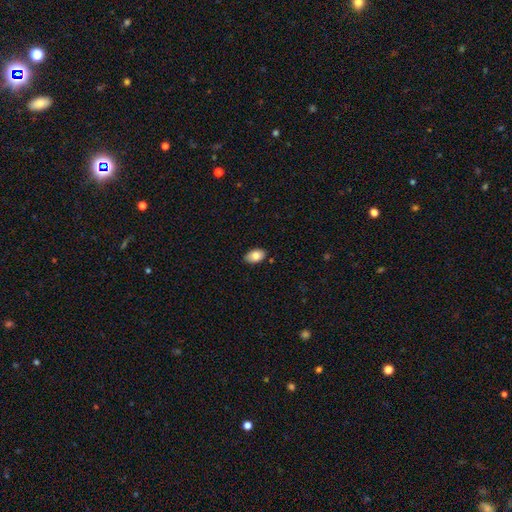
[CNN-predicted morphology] This appears to be a smooth galaxy with no disk features (83%) that is in between round and cigar-shaped (92%). Merging: none (85%).